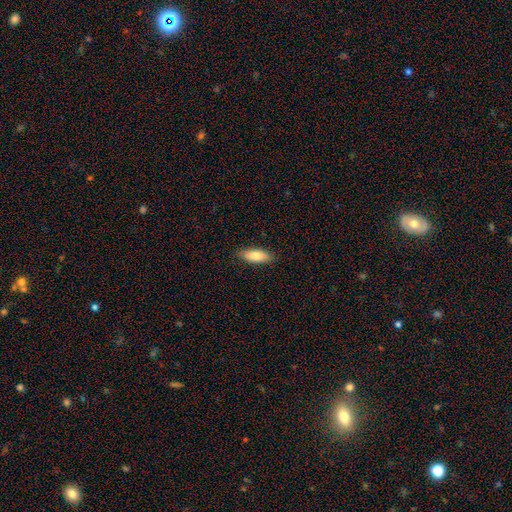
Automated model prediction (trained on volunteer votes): The model was most divided on "how rounded": in between: 68%, cigar-shaped: 29%, round: 2%. More confident: merging — none (88%); smooth or featured — smooth (78%).